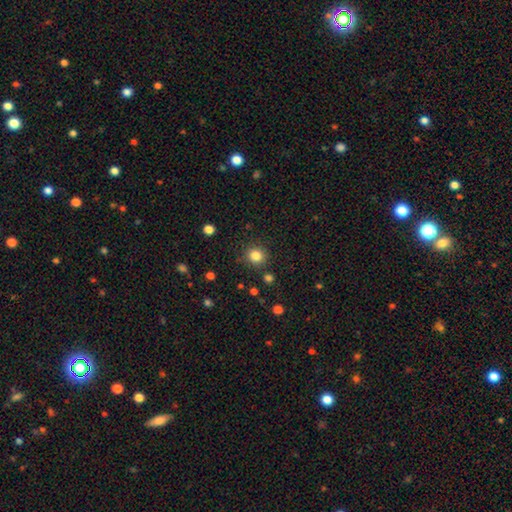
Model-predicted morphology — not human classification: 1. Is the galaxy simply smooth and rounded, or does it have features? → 83% smooth, 12% star or artifact, 5% featured or disk.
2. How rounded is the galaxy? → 90% round, 9% in between, 1% cigar-shaped.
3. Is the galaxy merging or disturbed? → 88% none, 7% minor disturbance, 3% merger, 3% major disturbance.